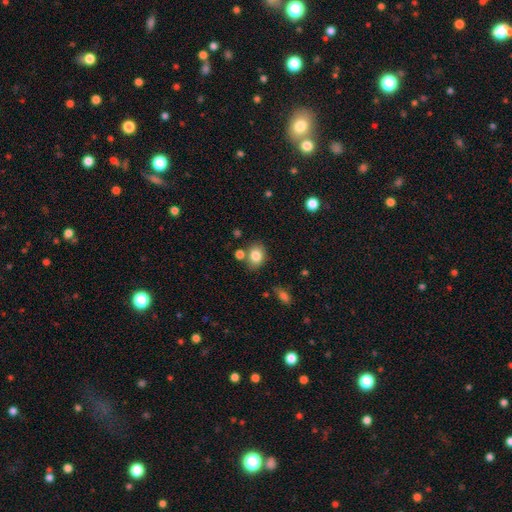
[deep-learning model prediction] A smooth galaxy with no disk features (82%) that is in between round and cigar-shaped (51%).

Vote fractions:
- Smooth or featured? smooth: 82% / star or artifact: 9% / featured or disk: 9%
- How rounded? in between: 51% / round: 48% / cigar-shaped: 1%
- Merging? none: 72% / minor disturbance: 13% / merger: 11% / major disturbance: 4%